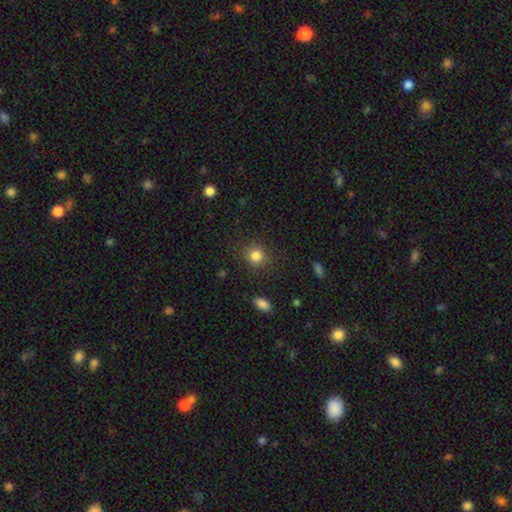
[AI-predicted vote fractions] A smooth galaxy with no disk features (84%) that is round (83%). Merging: none (85%).